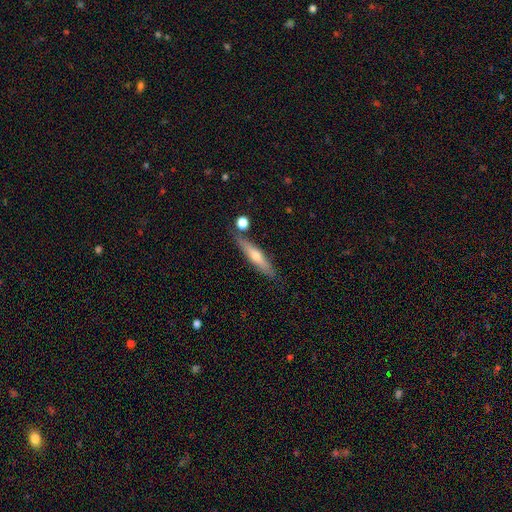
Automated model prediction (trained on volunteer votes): featured or disk 57%, smooth 36%, star or artifact 7%. Down the decision tree: edge-on disk — yes (92%); edge-on bulge — rounded (83%); merging — none (83%).